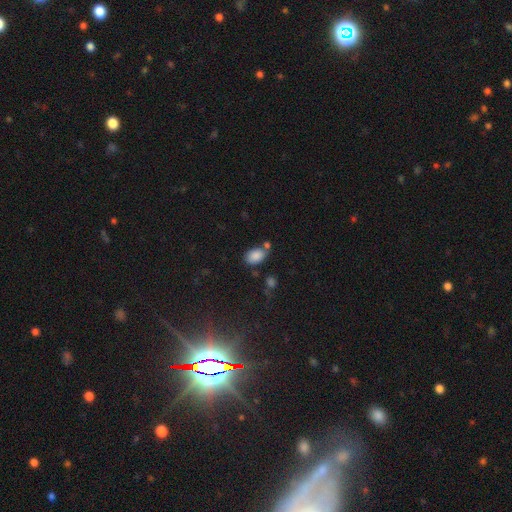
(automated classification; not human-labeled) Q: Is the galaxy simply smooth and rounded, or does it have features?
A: smooth — 85%.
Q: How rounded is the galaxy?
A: in between — 88%.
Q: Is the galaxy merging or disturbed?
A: none — 60%.